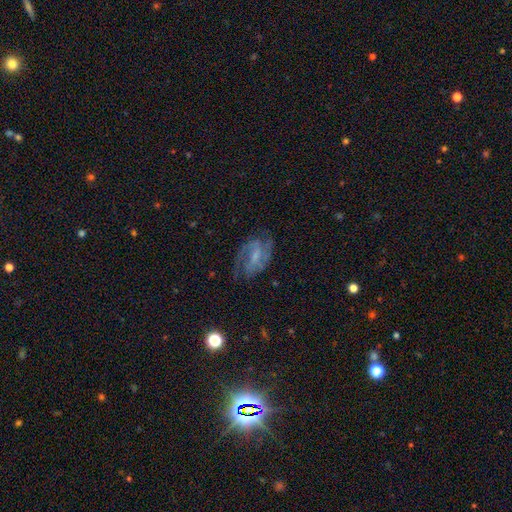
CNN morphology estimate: The model was most divided on "spiral winding": medium: 51%, tight: 31%, loose: 18%. More confident: edge-on disk — no (97%); spiral arms — yes (93%); smooth or featured — featured or disk (81%); spiral arm count — 2 (75%); merging — none (69%); bar — weak (51%); bulge size — small (51%).